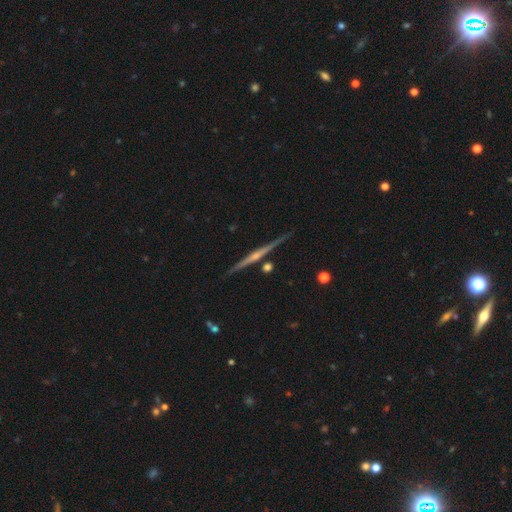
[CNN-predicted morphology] The model was most divided on "edge-on bulge": rounded: 67%, none: 25%, boxy: 8%. More confident: edge-on disk — yes (98%); merging — none (87%); smooth or featured — featured or disk (80%).